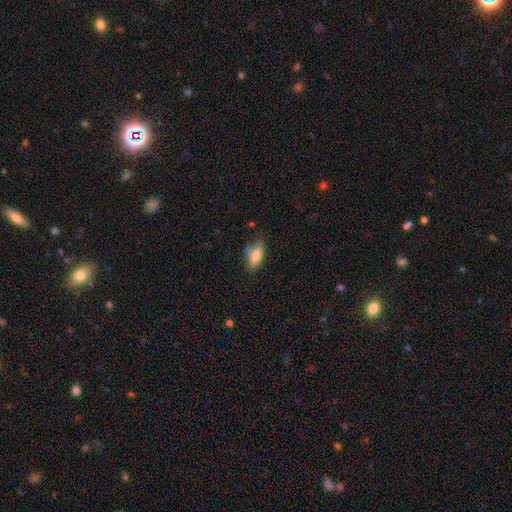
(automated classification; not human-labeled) Smooth or featured? Predicted: smooth (p=0.67). How rounded? Predicted: in between (p=0.75). Merging? Predicted: none (p=0.56).